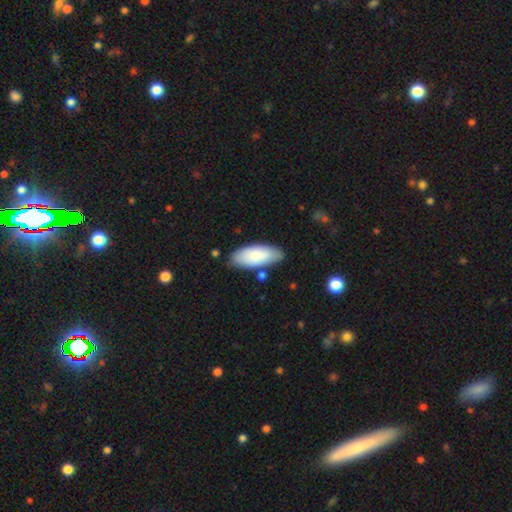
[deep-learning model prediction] Overall: smooth (84%). How rounded: in between (82%). Merging: none (78%).